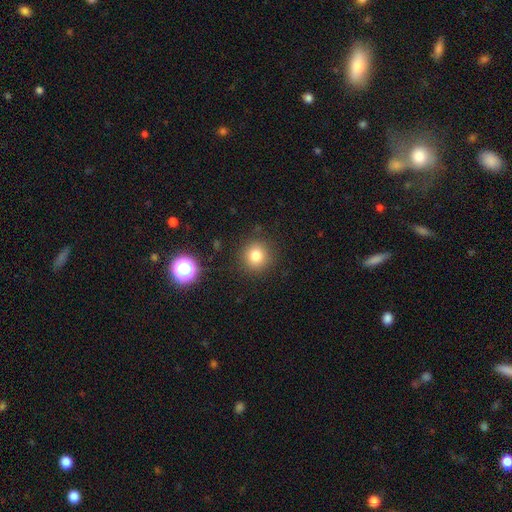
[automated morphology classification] Smooth or featured?
  - smooth: 79% *
  - star or artifact: 13%
  - featured or disk: 7%
How rounded?
  - round: 92% *
  - in between: 7%
  - cigar-shaped: 1%
Merging?
  - none: 88% *
  - minor disturbance: 7%
  - major disturbance: 3%
  - merger: 2%